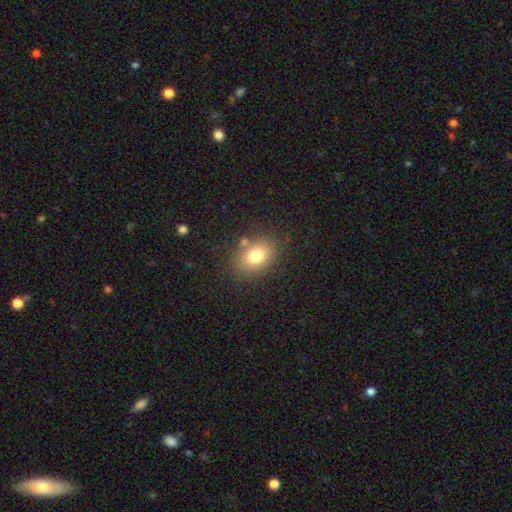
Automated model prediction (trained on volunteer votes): Overall: smooth (77%). How rounded: in between (68%; round 31%). Merging: none (78%).